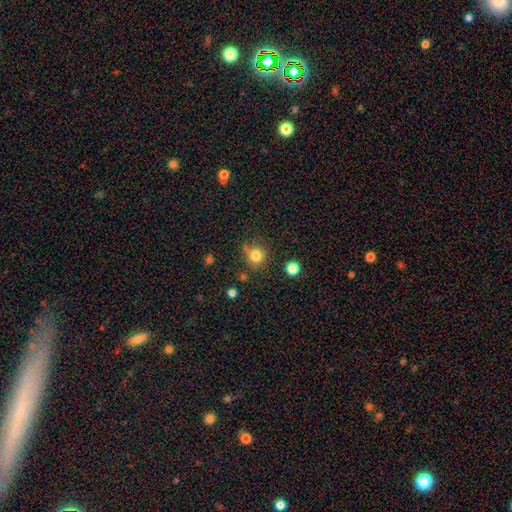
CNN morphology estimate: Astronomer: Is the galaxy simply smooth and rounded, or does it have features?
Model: smooth — 80%.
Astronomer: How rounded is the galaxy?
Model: round — 90%.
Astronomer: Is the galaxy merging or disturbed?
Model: none — 76%.